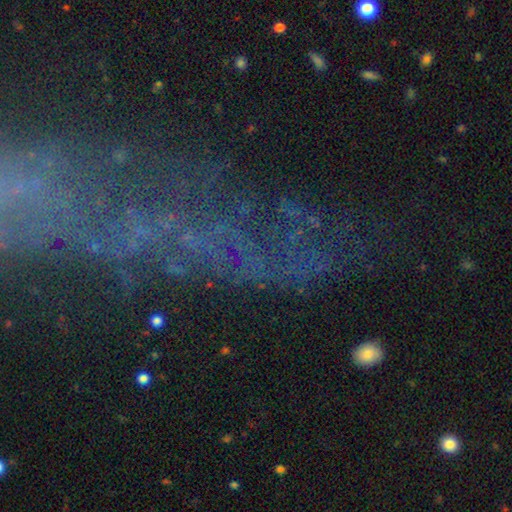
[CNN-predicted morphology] smooth-or-featured: star or artifact: 48% | featured or disk: 34% | smooth: 18%